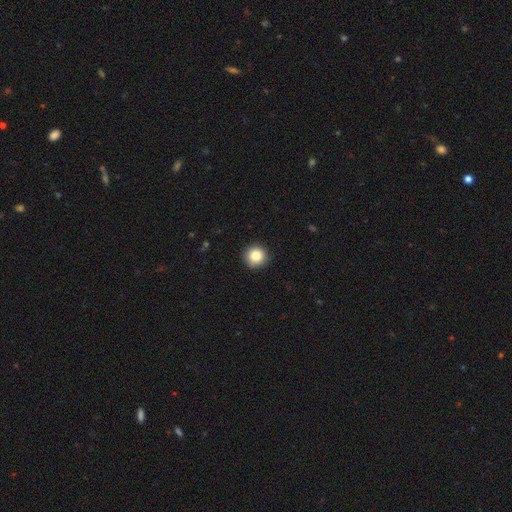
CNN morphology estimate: Smooth or featured?
  - smooth: 86% *
  - star or artifact: 9%
  - featured or disk: 5%
How rounded?
  - round: 95% *
  - in between: 4%
  - cigar-shaped: 1%
Merging?
  - none: 92% *
  - minor disturbance: 6%
  - major disturbance: 2%
  - merger: 1%